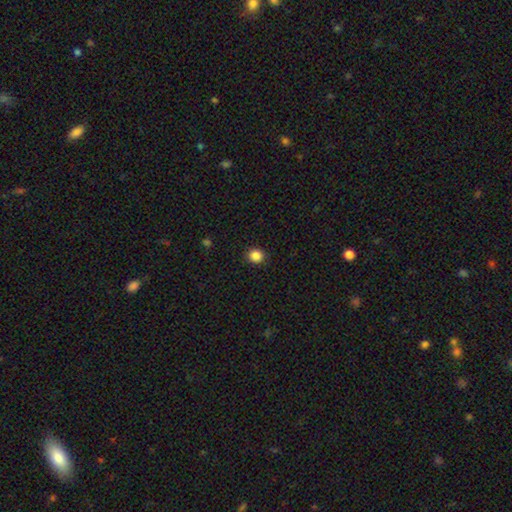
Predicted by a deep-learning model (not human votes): Smooth or featured?
  - smooth: 86% *
  - star or artifact: 11%
  - featured or disk: 3%
How rounded?
  - round: 88% *
  - in between: 11%
  - cigar-shaped: 1%
Merging?
  - none: 91% *
  - minor disturbance: 6%
  - major disturbance: 2%
  - merger: 1%